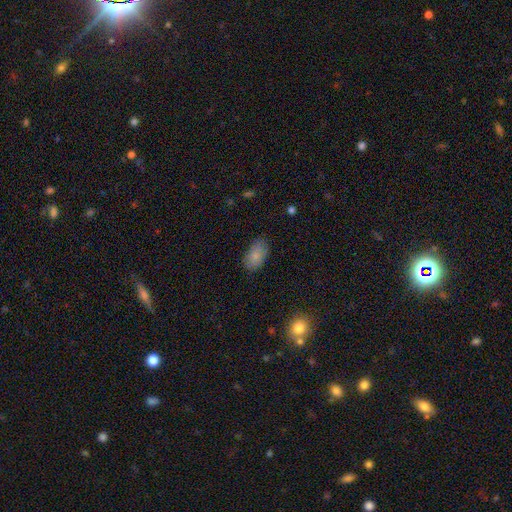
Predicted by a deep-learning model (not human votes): Q: Smooth or featured?
A: smooth (83%); runner-up: featured or disk (9%)
Q: How rounded?
A: in between (92%); runner-up: round (6%)
Q: Merging?
A: none (79%); runner-up: minor disturbance (16%)